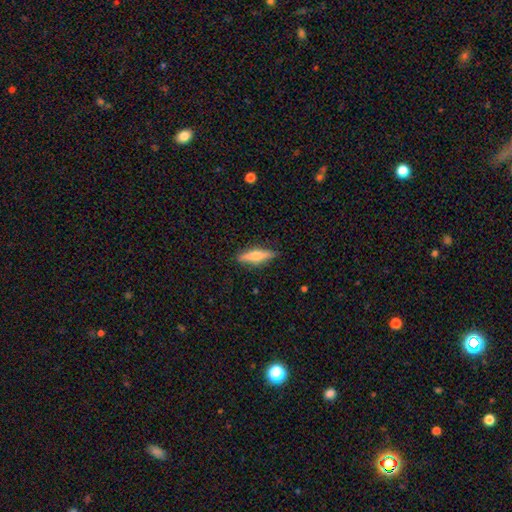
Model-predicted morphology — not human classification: Smooth or featured? Predicted: smooth (p=0.52). How rounded? Predicted: cigar-shaped (p=0.71). Merging? Predicted: none (p=0.87).